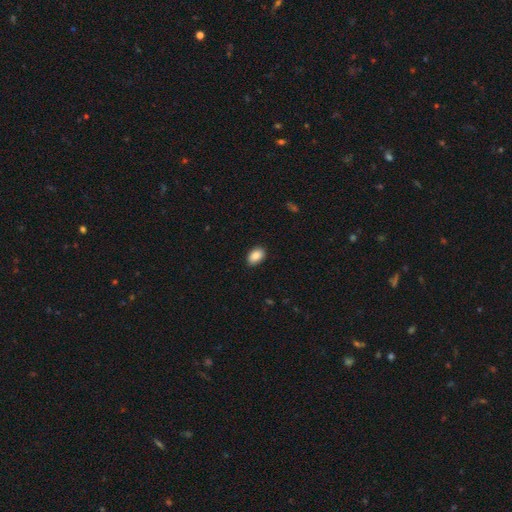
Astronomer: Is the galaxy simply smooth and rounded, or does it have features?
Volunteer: smooth — 92%.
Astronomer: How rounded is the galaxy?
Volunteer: in between — 77%.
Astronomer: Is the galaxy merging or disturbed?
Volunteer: none — 81%.